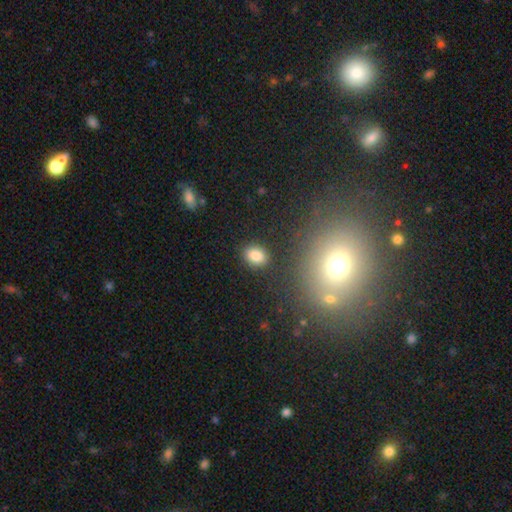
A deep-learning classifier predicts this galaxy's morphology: Q: Smooth or featured?
A: smooth (84%); runner-up: star or artifact (11%)
Q: How rounded?
A: in between (63%); runner-up: round (36%)
Q: Merging?
A: none (87%); runner-up: minor disturbance (8%)